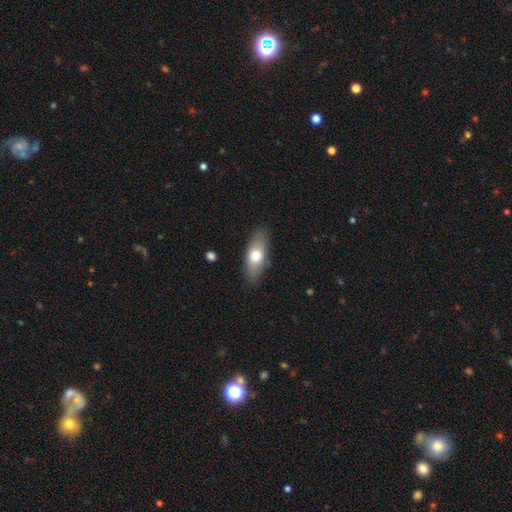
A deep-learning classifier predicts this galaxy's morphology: Overall: smooth (69%). How rounded: in between (77%). Merging: none (85%).